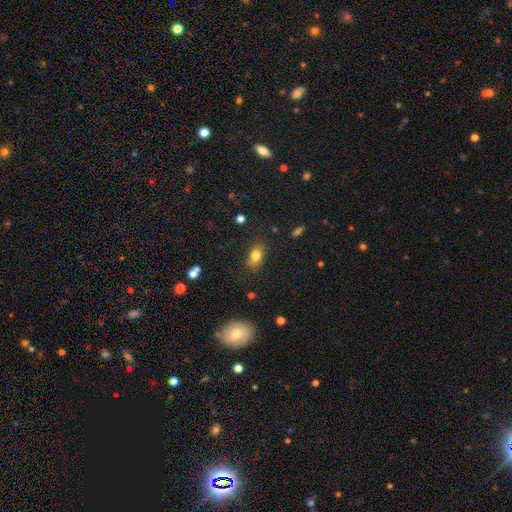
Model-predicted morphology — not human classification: Smooth or featured?
  - smooth: 79% *
  - star or artifact: 11%
  - featured or disk: 10%
How rounded?
  - in between: 79% *
  - round: 18%
  - cigar-shaped: 3%
Merging?
  - none: 76% *
  - minor disturbance: 17%
  - major disturbance: 4%
  - merger: 2%